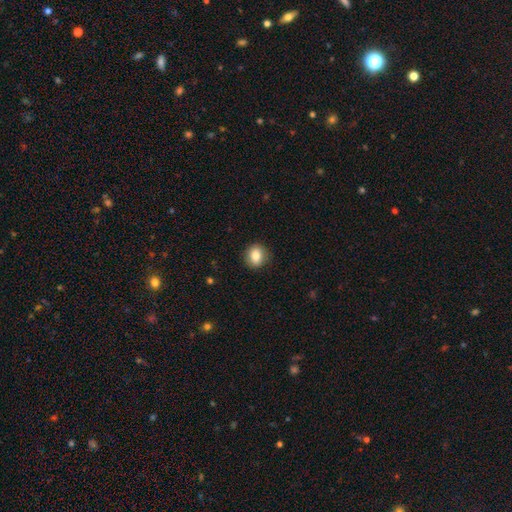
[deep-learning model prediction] This is clearly a smooth galaxy (82%). How rounded: likely round (74%). Merging: clearly none (88%).